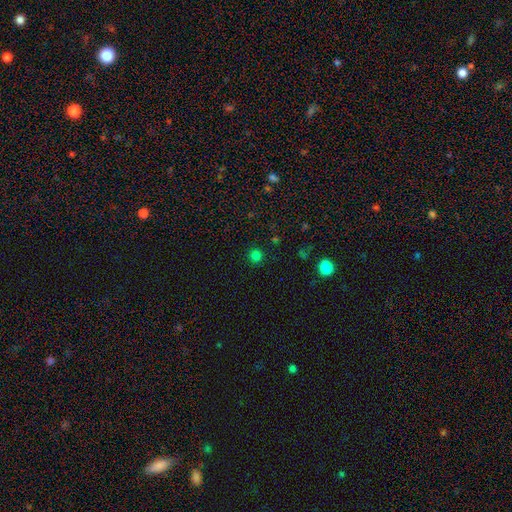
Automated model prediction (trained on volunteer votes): This is likely a smooth galaxy (79%). How rounded: clearly round (93%). Merging: clearly none (91%).